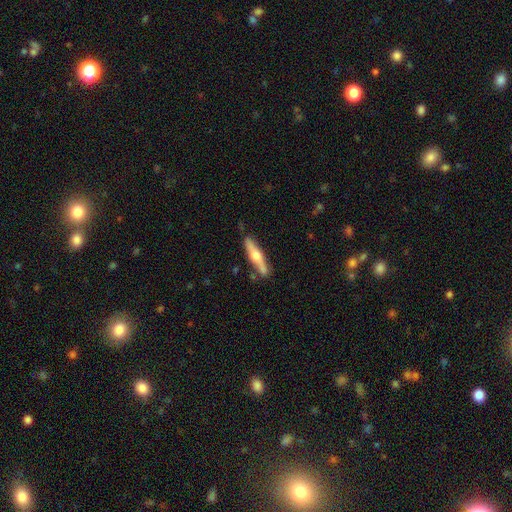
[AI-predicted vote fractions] smooth_or_featured: featured or disk (p=0.55) [alt: smooth p=0.40]
disk_edge_on: yes (p=0.92) [alt: no p=0.08]
edge_on_bulge: rounded (p=0.92) [alt: none p=0.04]
merging: none (p=0.80) [alt: minor disturbance p=0.13]